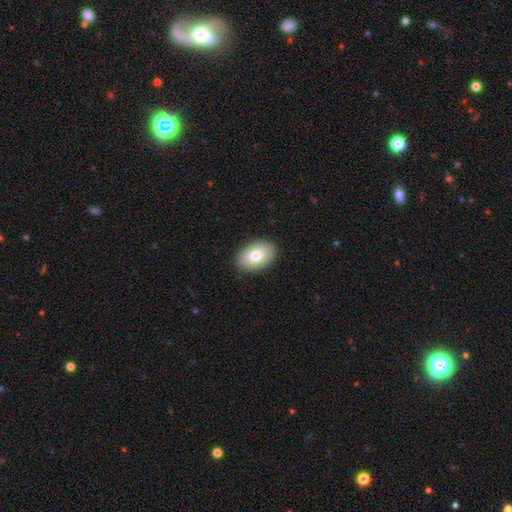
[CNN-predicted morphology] The model was most divided on "smooth or featured": smooth: 78%, featured or disk: 14%, star or artifact: 7%. More confident: merging — none (90%); how rounded — in between (86%).